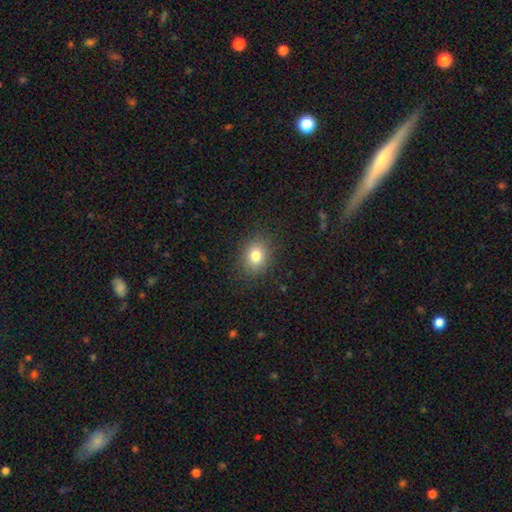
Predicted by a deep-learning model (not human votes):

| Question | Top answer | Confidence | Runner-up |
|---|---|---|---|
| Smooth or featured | smooth | 80% | star or artifact (11%) |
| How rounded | round | 52% | in between (47%) |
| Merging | none | 85% | minor disturbance (10%) |